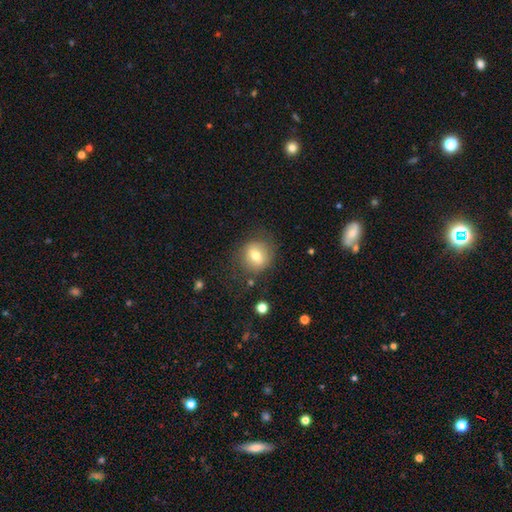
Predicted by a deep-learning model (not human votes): Smooth or featured? smooth (68%)
How rounded? round (78%)
Merging? none (74%)